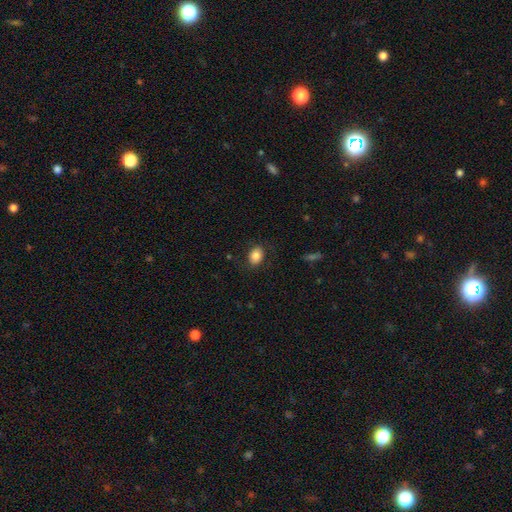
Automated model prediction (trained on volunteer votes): The model was most divided on "how rounded": in between: 66%, round: 33%, cigar-shaped: 1%. More confident: smooth or featured — smooth (85%); merging — none (83%).